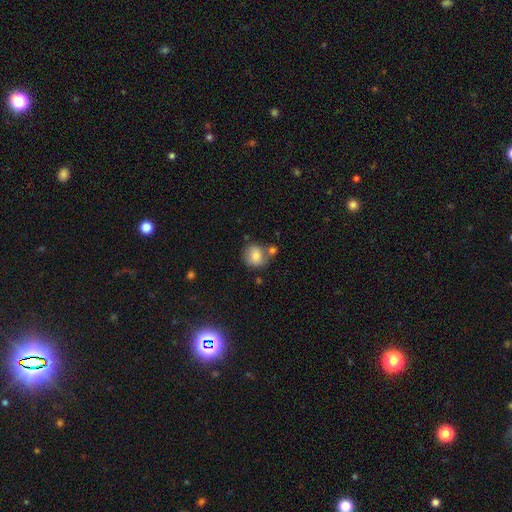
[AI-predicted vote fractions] Q: Smooth or featured?
A: smooth (80%); runner-up: featured or disk (11%)
Q: How rounded?
A: round (84%); runner-up: in between (15%)
Q: Merging?
A: none (59%); runner-up: merger (23%)